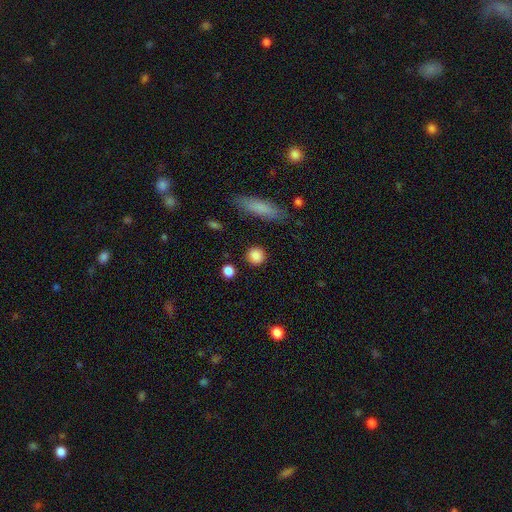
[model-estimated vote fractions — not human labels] A smooth galaxy with no disk features (87%) that is round (90%). Merging: none (88%).